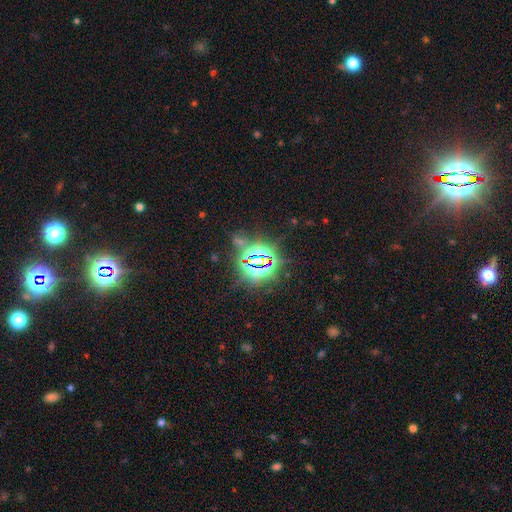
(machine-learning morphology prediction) Q: Smooth or featured?
A: star or artifact (84%); runner-up: smooth (9%)